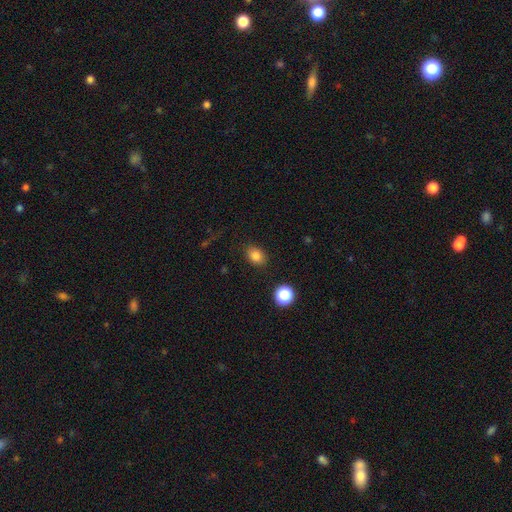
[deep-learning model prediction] A smooth galaxy with no disk features (83%) that is in between round and cigar-shaped (60%). Merging: none (85%).